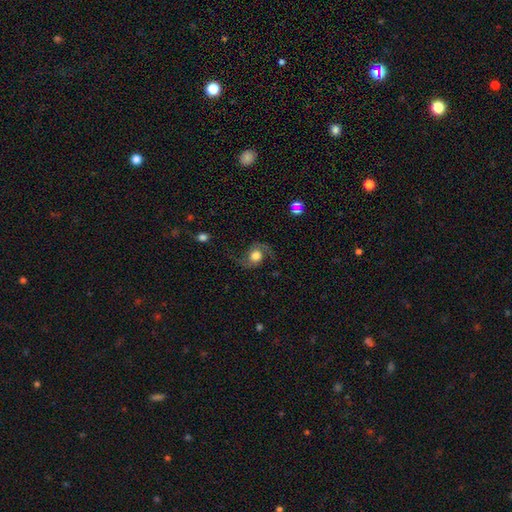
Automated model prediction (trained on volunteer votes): smooth_or_featured: featured or disk (p=0.69) [alt: smooth p=0.23]
disk_edge_on: no (p=0.97) [alt: yes p=0.03]
bar: no (p=0.73) [alt: weak p=0.23]
has_spiral_arms: yes (p=0.93) [alt: no p=0.07]
spiral_winding: loose (p=0.64) [alt: medium p=0.30]
spiral_arm_count: 2 (p=0.93) [alt: 1 p=0.03]
bulge_size: large (p=0.48) [alt: moderate p=0.32]
merging: none (p=0.70) [alt: minor disturbance p=0.15]